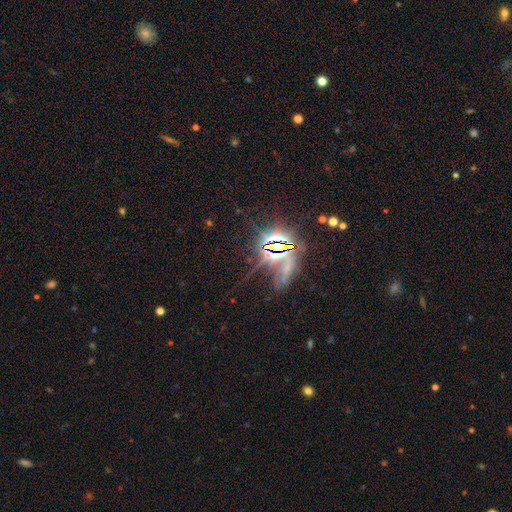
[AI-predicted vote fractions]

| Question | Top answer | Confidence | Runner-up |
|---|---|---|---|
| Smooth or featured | star or artifact | 52% | featured or disk (32%) |